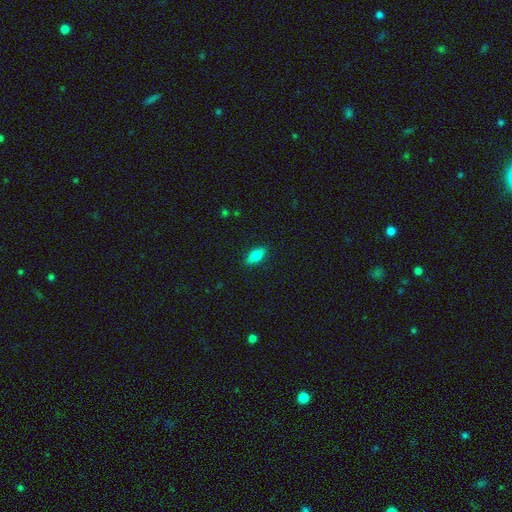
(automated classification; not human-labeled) The model was most divided on "how rounded": in between: 78%, cigar-shaped: 18%, round: 3%. More confident: merging — none (89%); smooth or featured — smooth (78%).